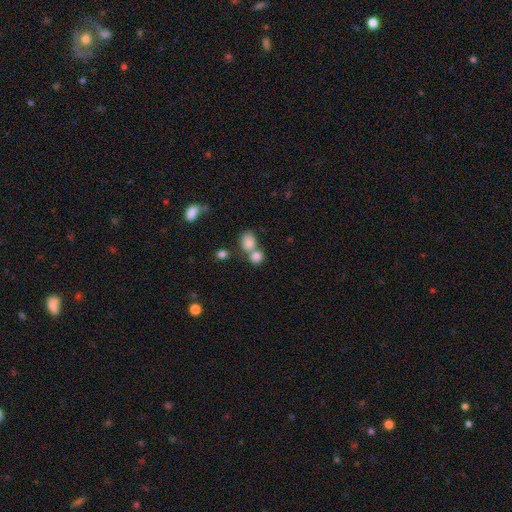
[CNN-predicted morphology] Overall: smooth (82%). How rounded: round (63%; in between 36%). Merging: merger (51%; none 37%).